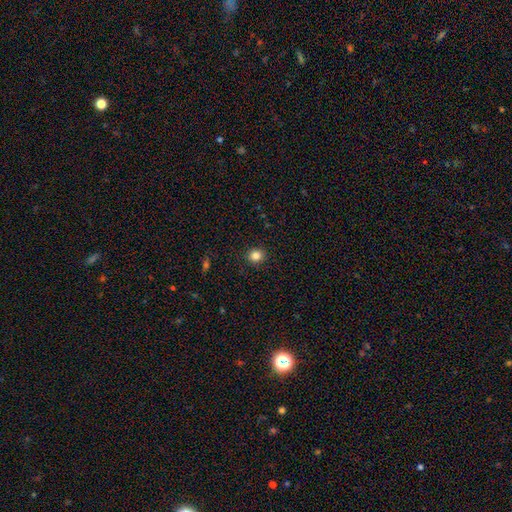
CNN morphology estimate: A smooth galaxy with no disk features (84%) that is round (82%). Merging: none (91%).